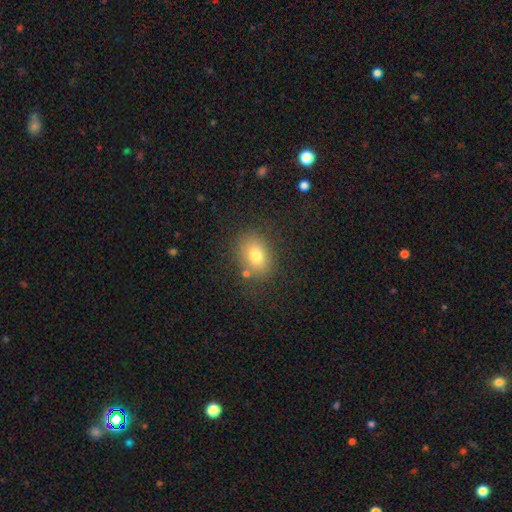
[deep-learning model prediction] This is likely a smooth galaxy (76%). How rounded: possibly in between (58%). Merging: likely none (78%).